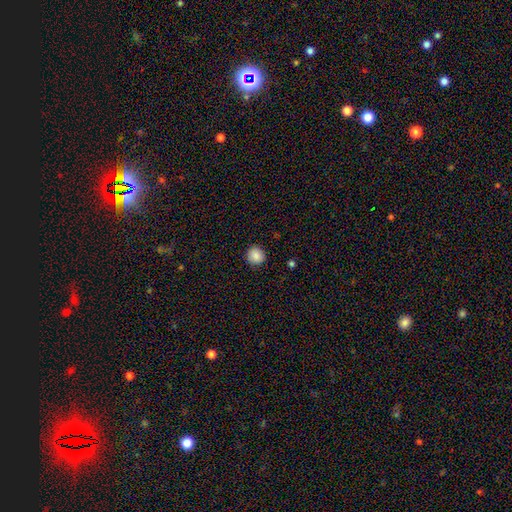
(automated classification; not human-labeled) Q: Smooth or featured?
A: smooth (88%); runner-up: star or artifact (9%)
Q: How rounded?
A: round (90%); runner-up: in between (9%)
Q: Merging?
A: none (90%); runner-up: minor disturbance (7%)